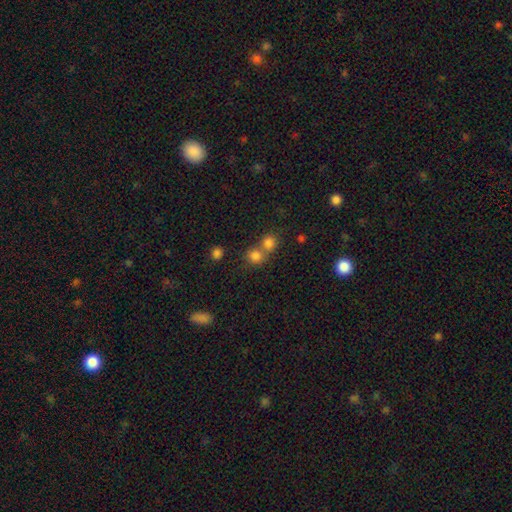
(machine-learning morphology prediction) smooth_or_featured: smooth (p=0.79) [alt: star or artifact p=0.14]
how_rounded: round (p=0.82) [alt: in between p=0.17]
merging: merger (p=0.46) [alt: none p=0.45]